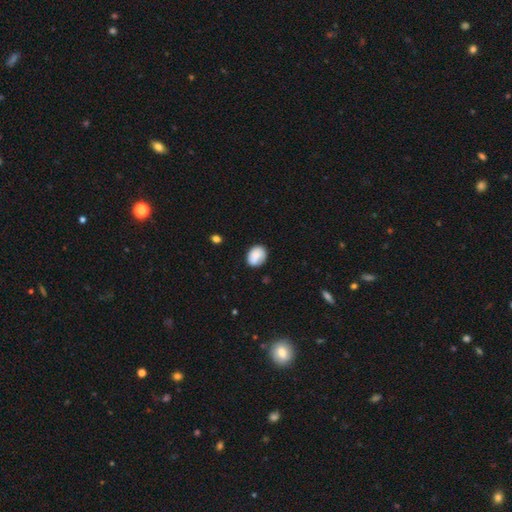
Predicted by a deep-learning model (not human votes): Smooth or featured? smooth (80%)
How rounded? in between (57%)
Merging? none (72%)